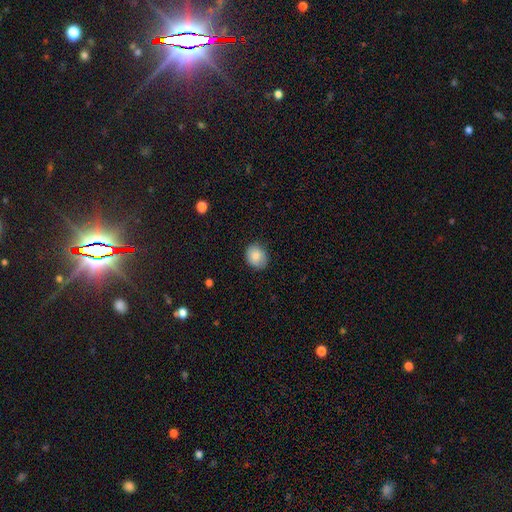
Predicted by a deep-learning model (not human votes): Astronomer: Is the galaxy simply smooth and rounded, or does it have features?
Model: smooth — 85%.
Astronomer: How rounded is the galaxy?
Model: round — 55% (runner-up: in between, 44%).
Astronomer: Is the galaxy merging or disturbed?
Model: none — 82%.